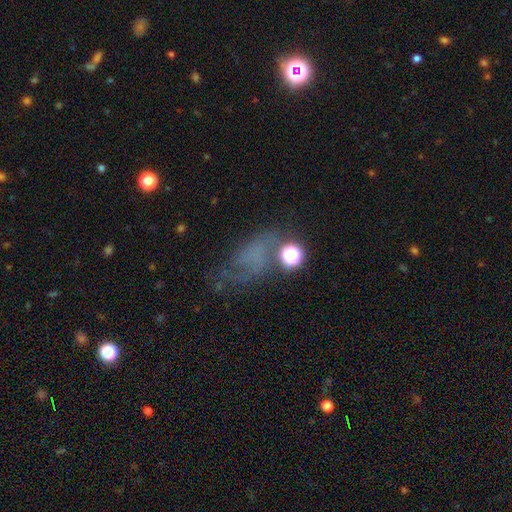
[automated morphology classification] This is marginally a smooth galaxy (38%). Merging: marginally none (44%).